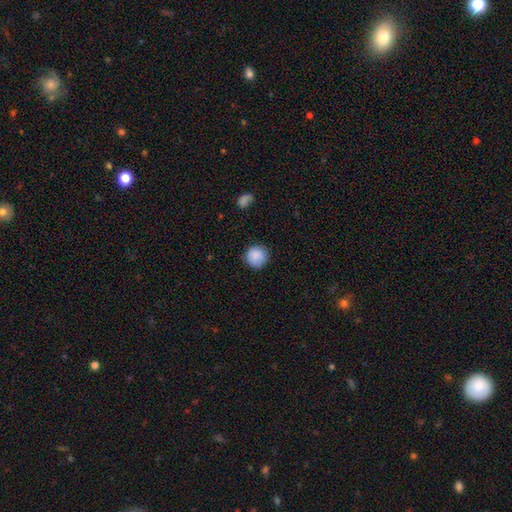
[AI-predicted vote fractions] smooth 88%, star or artifact 8%, featured or disk 4%. Down the decision tree: how rounded — round (93%); merging — none (85%).